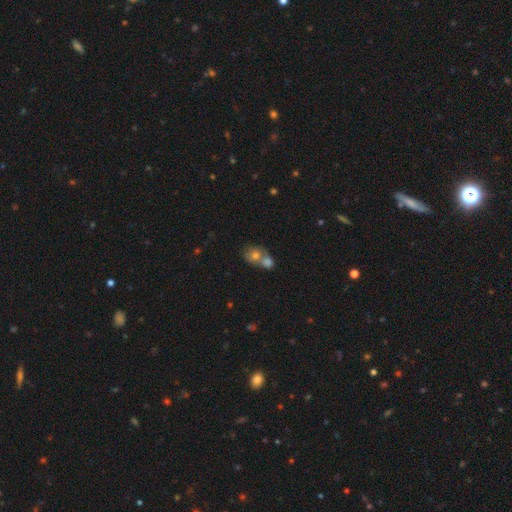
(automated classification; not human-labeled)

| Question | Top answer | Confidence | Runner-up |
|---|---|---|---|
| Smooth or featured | smooth | 66% | featured or disk (17%) |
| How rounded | round | 68% | in between (30%) |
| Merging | merger | 55% | none (35%) |